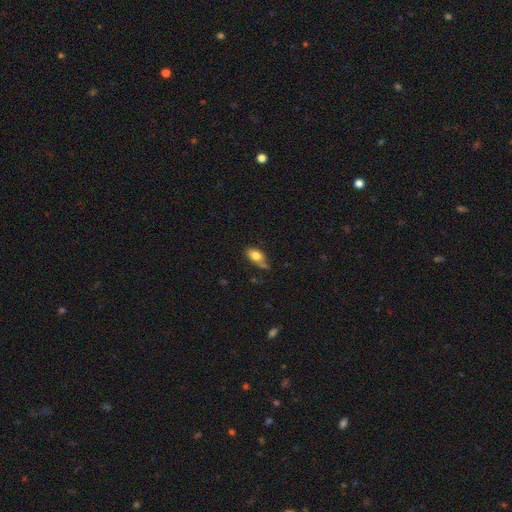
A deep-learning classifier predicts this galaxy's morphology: This is likely a smooth galaxy (79%). How rounded: clearly in between (87%). Merging: possibly none (53%).